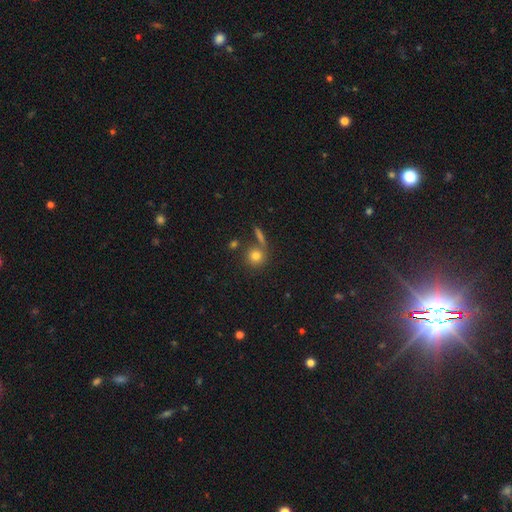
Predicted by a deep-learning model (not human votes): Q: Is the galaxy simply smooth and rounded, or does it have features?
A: smooth — 78%.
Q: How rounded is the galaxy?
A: round — 90%.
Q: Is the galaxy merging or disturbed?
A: none — 72%.